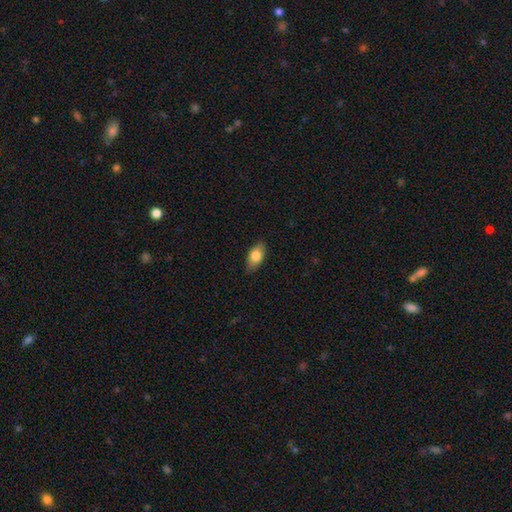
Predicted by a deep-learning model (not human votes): A smooth galaxy with no disk features (78%) that is in between round and cigar-shaped (90%).

Vote fractions:
- Smooth or featured? smooth: 78% / featured or disk: 15% / star or artifact: 7%
- How rounded? in between: 90% / cigar-shaped: 6% / round: 5%
- Merging? none: 85% / minor disturbance: 12% / major disturbance: 2% / merger: 1%